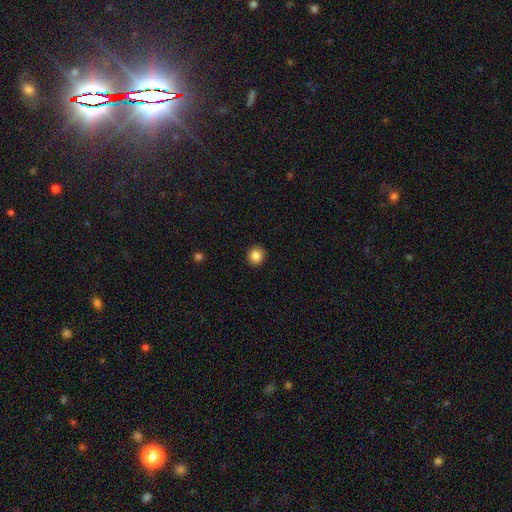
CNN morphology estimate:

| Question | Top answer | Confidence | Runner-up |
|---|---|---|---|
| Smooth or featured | smooth | 85% | star or artifact (10%) |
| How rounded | round | 90% | in between (9%) |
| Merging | none | 92% | minor disturbance (5%) |